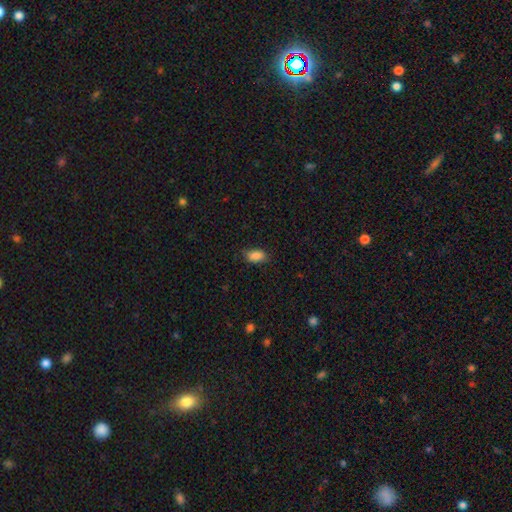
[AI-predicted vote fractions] Smooth or featured? smooth (87%)
How rounded? in between (90%)
Merging? none (82%)